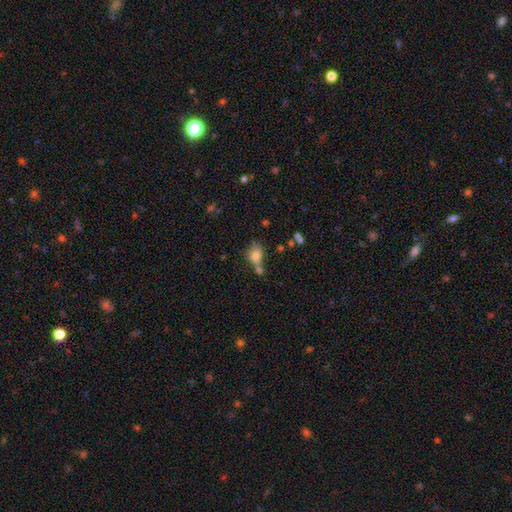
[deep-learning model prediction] The model was most divided on "merging": none: 35%, merger: 34%, minor disturbance: 20%, major disturbance: 11%. More confident: smooth or featured — smooth (69%); how rounded — in between (64%).